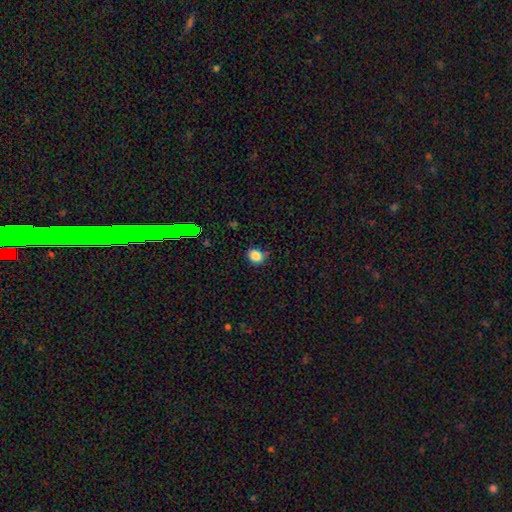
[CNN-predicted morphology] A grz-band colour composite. It shows a smooth galaxy with no disk features (84%) that is round (62%). Merging: none (76%).